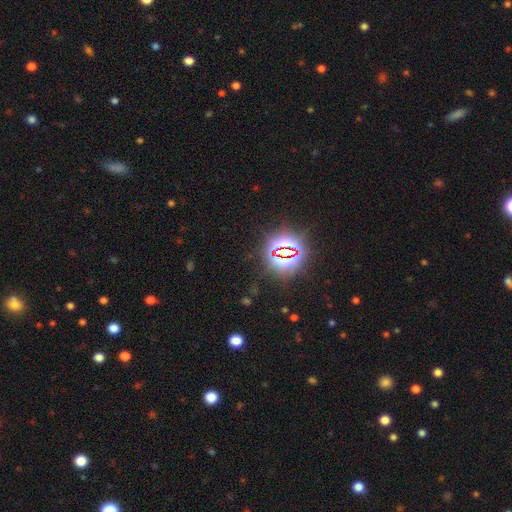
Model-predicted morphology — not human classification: type=star or artifact (84%).